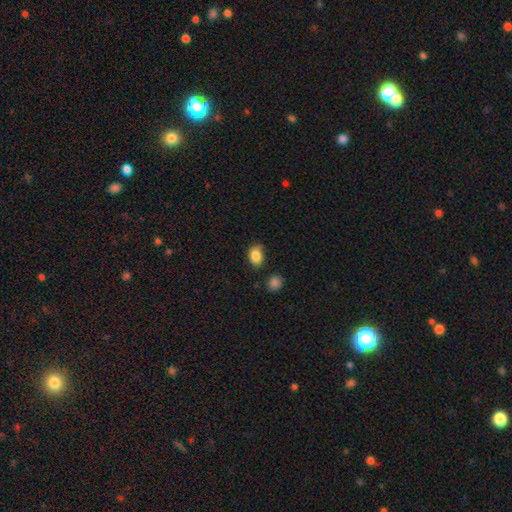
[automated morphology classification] The model was most divided on "how rounded": in between: 77%, round: 22%, cigar-shaped: 1%. More confident: smooth or featured — smooth (87%); merging — none (77%).